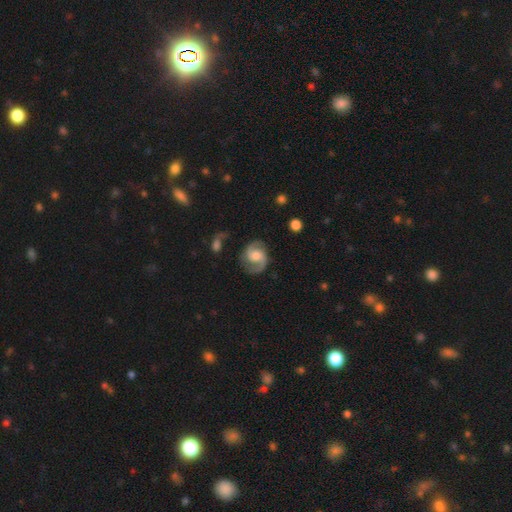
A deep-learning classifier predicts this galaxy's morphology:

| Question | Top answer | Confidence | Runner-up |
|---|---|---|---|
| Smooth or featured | featured or disk | 86% | smooth (9%) |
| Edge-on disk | no | 98% | yes (2%) |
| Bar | no | 51% | weak (41%) |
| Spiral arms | yes | 97% | no (3%) |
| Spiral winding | medium | 55% | loose (25%) |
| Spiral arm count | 2 | 91% | can't tell (3%) |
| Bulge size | moderate | 51% | small (25%) |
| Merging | none | 76% | minor disturbance (15%) |